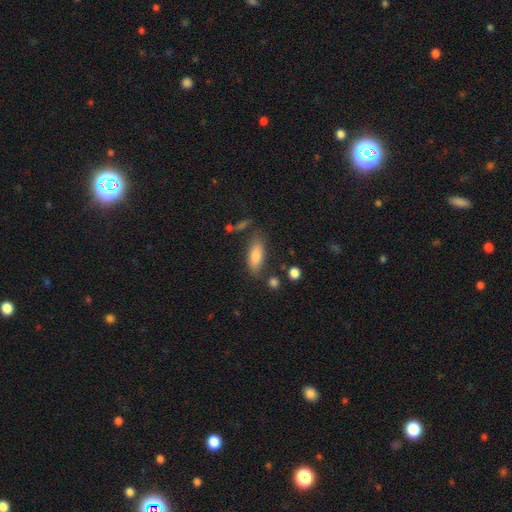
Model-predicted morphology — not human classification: This is clearly a smooth galaxy (81%). How rounded: likely in between (72%). Merging: likely none (71%).